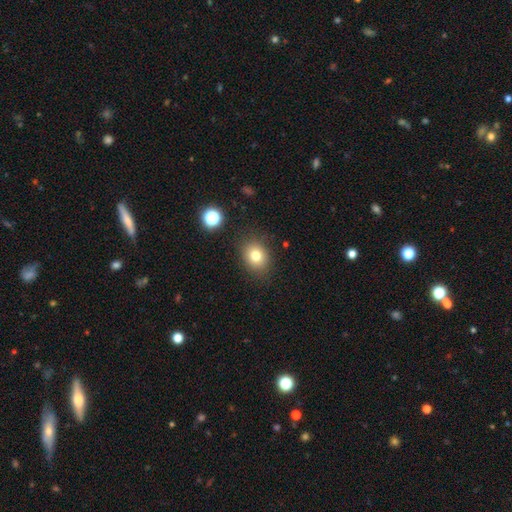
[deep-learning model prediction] smooth-or-featured: smooth: 78% | star or artifact: 12% | featured or disk: 9%
  how-rounded: round: 57% | in between: 42% | cigar-shaped: 1%
  merging: none: 84% | minor disturbance: 10% | major disturbance: 3% | merger: 2%